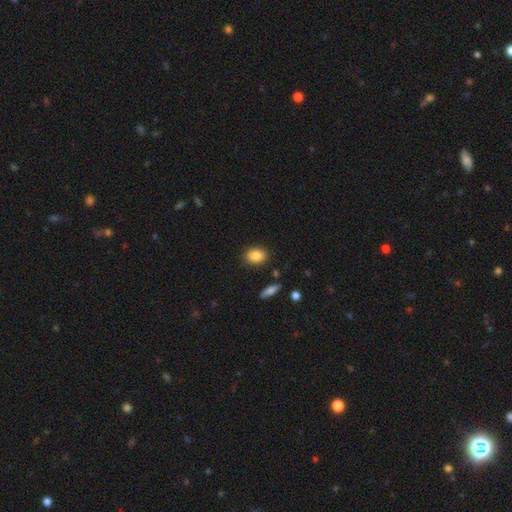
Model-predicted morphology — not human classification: This appears to be a smooth galaxy with no disk features (87%) that is in between round and cigar-shaped (77%). Merging: none (85%).